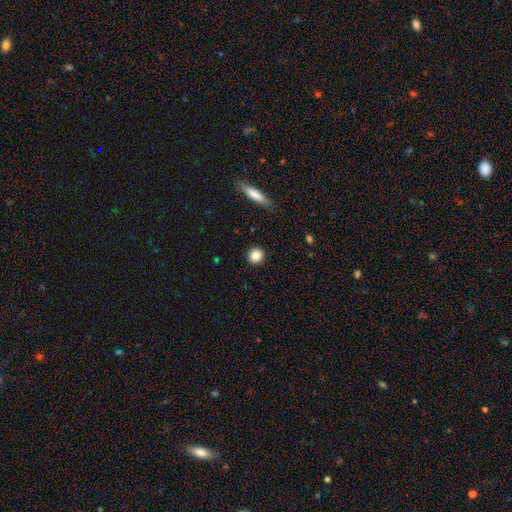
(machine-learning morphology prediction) Overall: smooth (85%). How rounded: round (92%). Merging: none (91%).